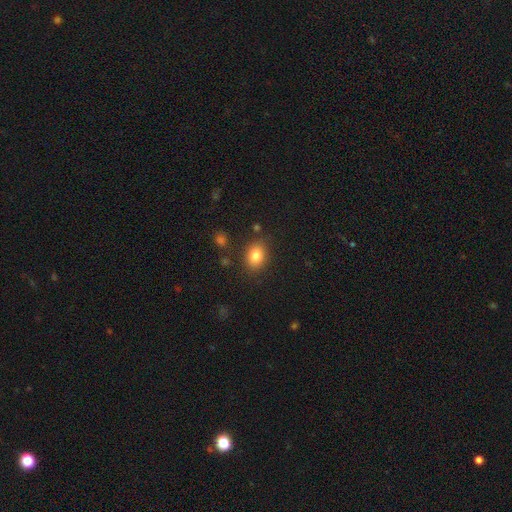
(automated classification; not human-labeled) Smooth or featured? smooth (82%)
How rounded? in between (62%)
Merging? none (83%)